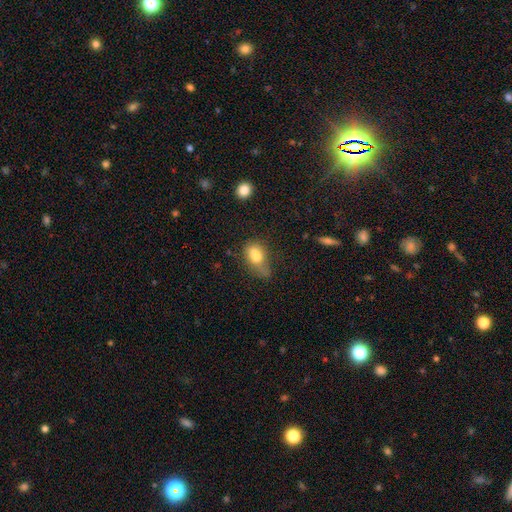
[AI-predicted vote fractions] smooth-or-featured: smooth: 72% | featured or disk: 17% | star or artifact: 10%
  how-rounded: in between: 76% | round: 19% | cigar-shaped: 4%
  merging: minor disturbance: 32% | none: 28% | major disturbance: 24% | merger: 16%